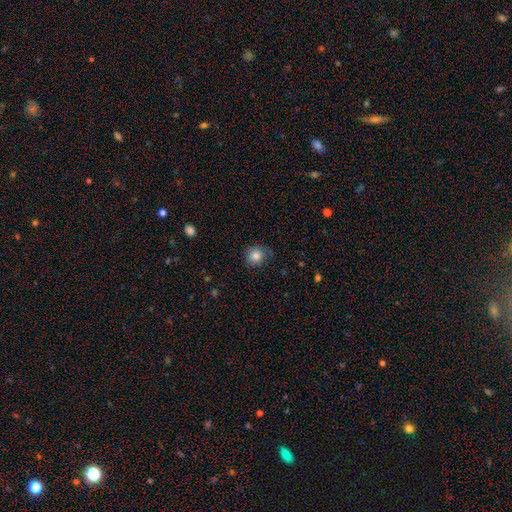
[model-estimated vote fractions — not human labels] Smooth or featured? Predicted: smooth (p=0.84). How rounded? Predicted: round (p=0.91). Merging? Predicted: none (p=0.82).